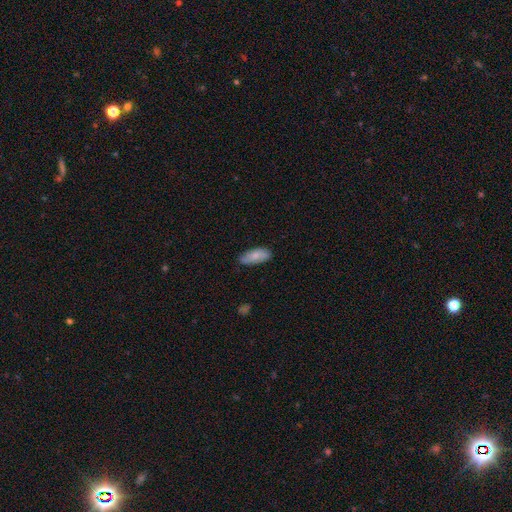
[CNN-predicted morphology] Q: Smooth or featured?
A: smooth (70%); runner-up: featured or disk (24%)
Q: How rounded?
A: in between (86%); runner-up: cigar-shaped (12%)
Q: Merging?
A: none (74%); runner-up: minor disturbance (21%)